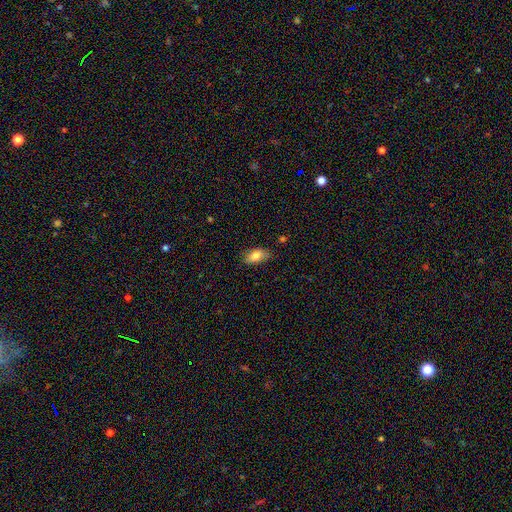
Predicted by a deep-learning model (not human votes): Smooth or featured? smooth (79%)
How rounded? in between (90%)
Merging? none (76%)